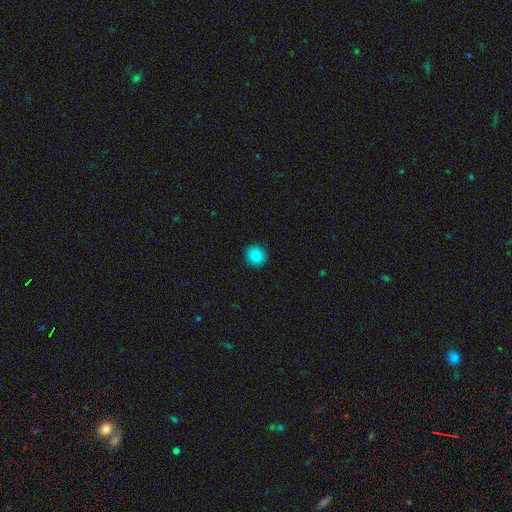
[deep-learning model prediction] Smooth or featured? smooth (88%)
How rounded? round (90%)
Merging? none (91%)